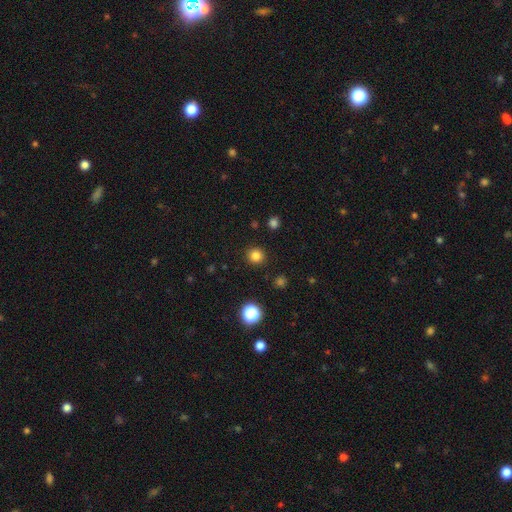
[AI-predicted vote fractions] The model was most divided on "smooth or featured": smooth: 83%, star or artifact: 14%, featured or disk: 4%. More confident: how rounded — round (92%); merging — none (91%).